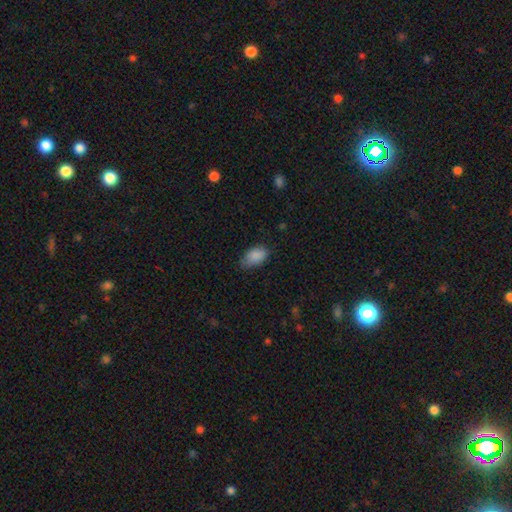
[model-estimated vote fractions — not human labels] A smooth galaxy with no disk features (88%) that is in between round and cigar-shaped (92%).

Vote fractions:
- Smooth or featured? smooth: 88% / star or artifact: 7% / featured or disk: 4%
- How rounded? in between: 92% / round: 6% / cigar-shaped: 2%
- Merging? none: 66% / minor disturbance: 28% / major disturbance: 5% / merger: 1%